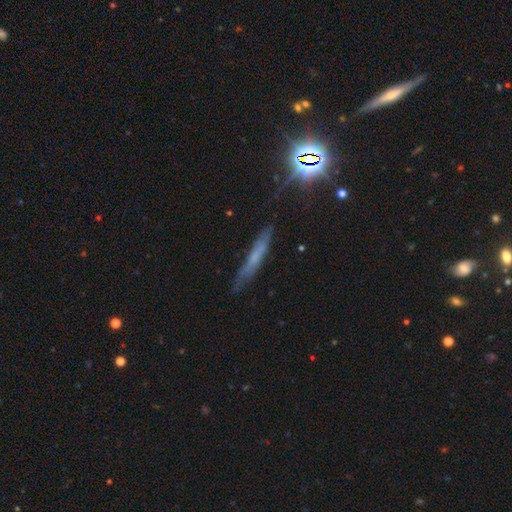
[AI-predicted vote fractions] Q: Smooth or featured?
A: smooth (43%); runner-up: featured or disk (40%)
Q: Merging?
A: none (74%); runner-up: minor disturbance (19%)